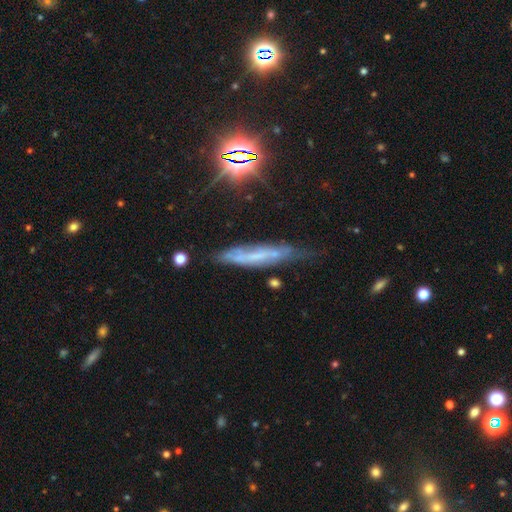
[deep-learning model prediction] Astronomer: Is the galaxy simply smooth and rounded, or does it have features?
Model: featured or disk — 54%.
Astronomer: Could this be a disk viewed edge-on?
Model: yes — 62% (runner-up: no, 38%).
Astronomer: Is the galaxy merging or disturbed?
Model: none — 54% (runner-up: minor disturbance, 30%).